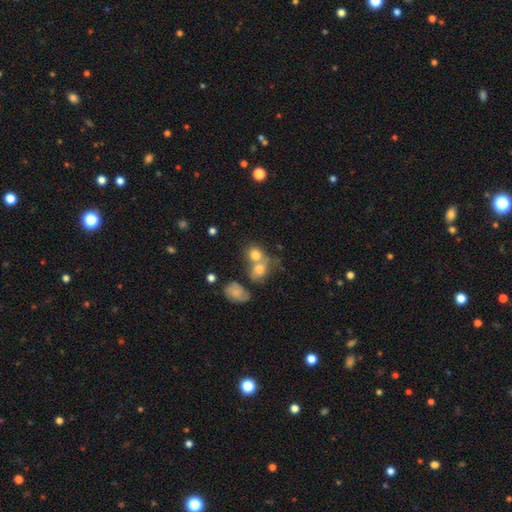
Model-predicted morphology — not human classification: A smooth galaxy with no disk features (74%) that is round (69%).

Vote fractions:
- Smooth or featured? smooth: 74% / featured or disk: 15% / star or artifact: 11%
- How rounded? round: 69% / in between: 29% / cigar-shaped: 1%
- Merging? merger: 52% / none: 34% / minor disturbance: 9% / major disturbance: 5%